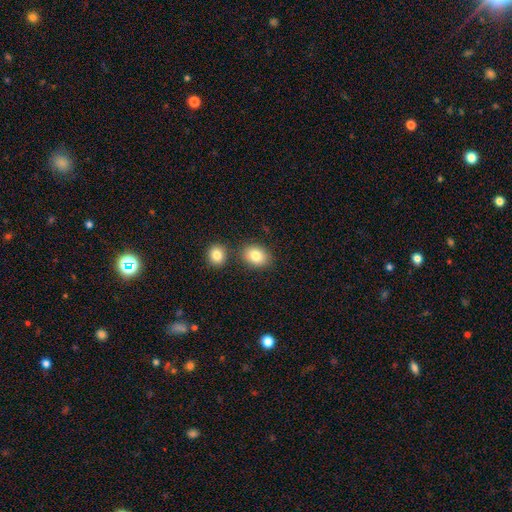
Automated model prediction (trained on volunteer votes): The model was most divided on "how rounded": in between: 64%, round: 35%, cigar-shaped: 1%. More confident: smooth or featured — smooth (83%); merging — none (75%).